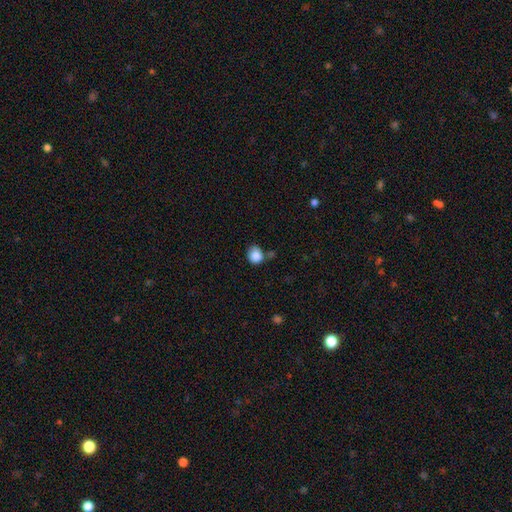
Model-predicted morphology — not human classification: This appears to be a smooth galaxy with no disk features (87%) that is round (77%). Merging: none (60%).